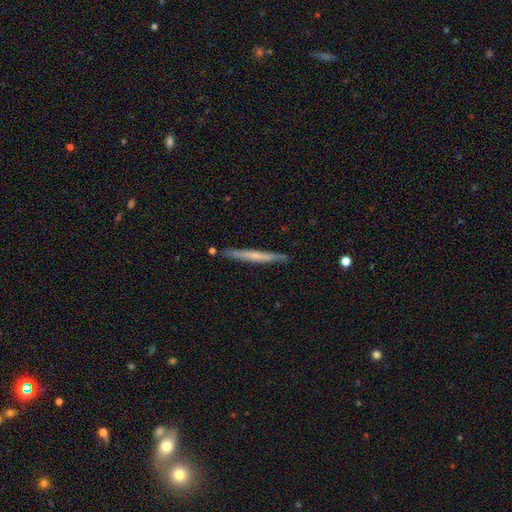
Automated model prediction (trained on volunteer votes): Smooth or featured: smooth — 48% (featured or disk — 46%)
Merging: none — 88% (minor disturbance — 9%)